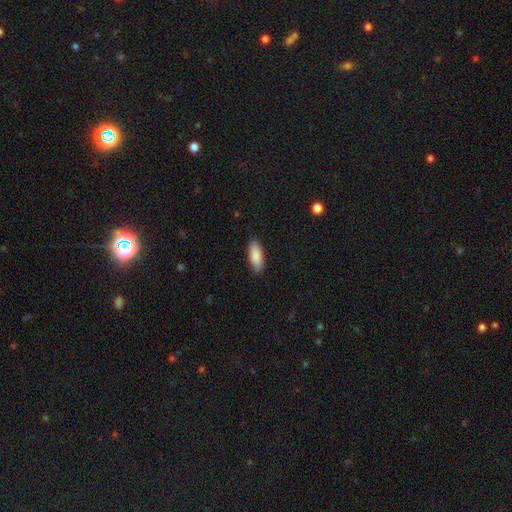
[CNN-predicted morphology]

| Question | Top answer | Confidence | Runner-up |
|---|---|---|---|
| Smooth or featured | smooth | 89% | featured or disk (6%) |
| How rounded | in between | 75% | cigar-shaped (23%) |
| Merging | none | 87% | minor disturbance (10%) |